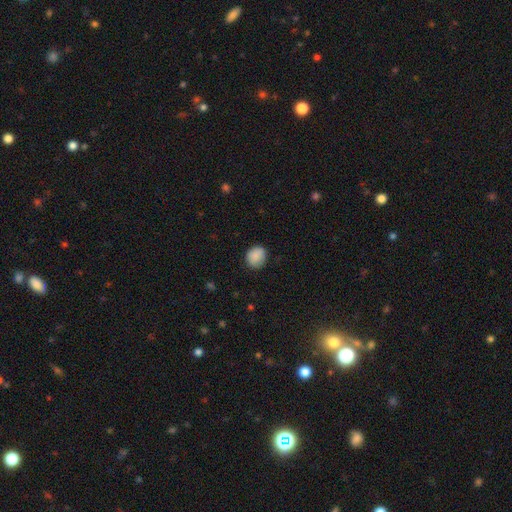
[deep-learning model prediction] smooth_or_featured: smooth (p=0.88) [alt: star or artifact p=0.08]
how_rounded: round (p=0.69) [alt: in between p=0.30]
merging: none (p=0.81) [alt: minor disturbance p=0.15]